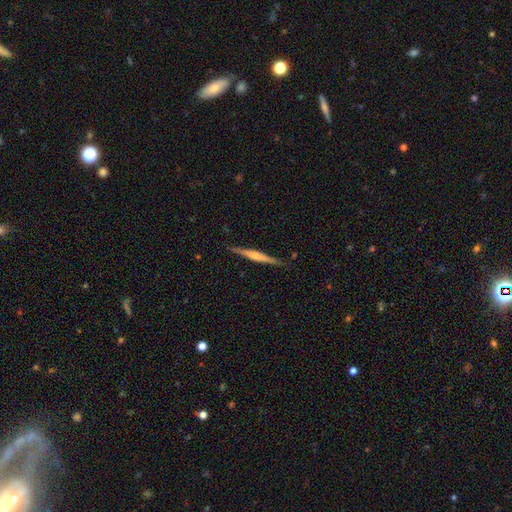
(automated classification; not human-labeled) smooth-or-featured: featured or disk: 65% | smooth: 30% | star or artifact: 6%
  disk-edge-on: yes: 98% | no: 2%
    edge-on-bulge: rounded: 65% | boxy: 18% | none: 17%
  merging: none: 88% | minor disturbance: 9% | major disturbance: 2% | merger: 1%